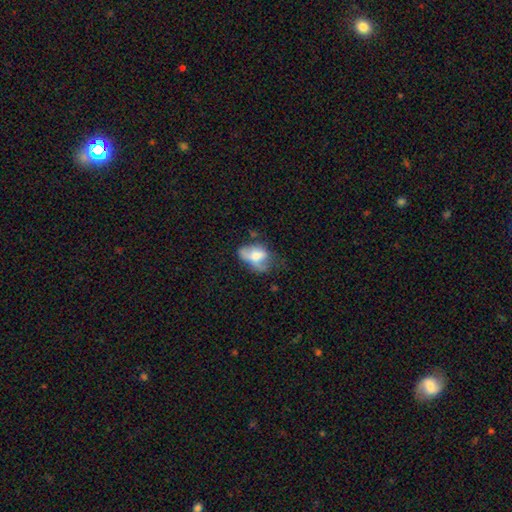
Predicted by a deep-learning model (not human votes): Q: Smooth or featured?
A: smooth (58%); runner-up: featured or disk (32%)
Q: How rounded?
A: in between (85%); runner-up: round (13%)
Q: Merging?
A: major disturbance (34%); runner-up: minor disturbance (30%)